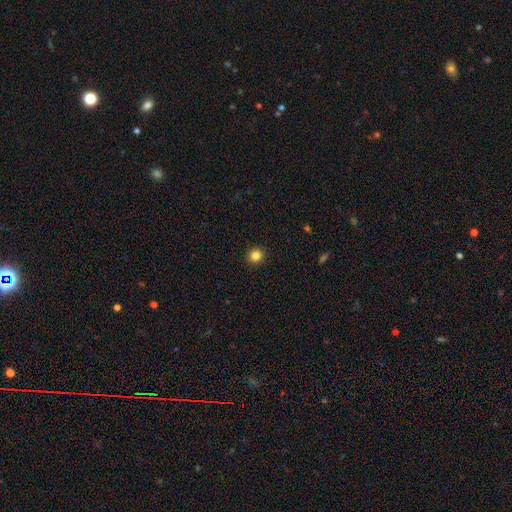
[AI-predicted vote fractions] Overall: smooth (83%). How rounded: round (93%). Merging: none (93%).